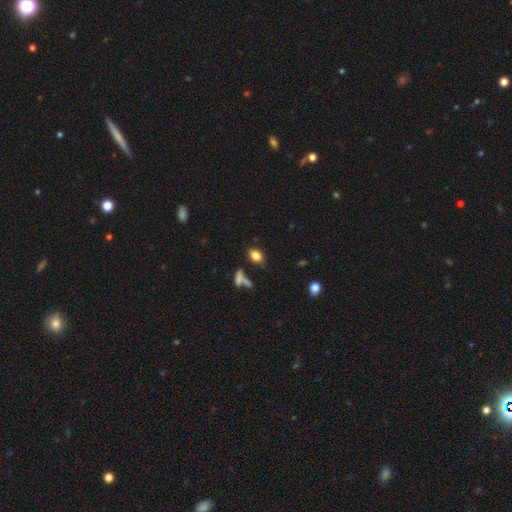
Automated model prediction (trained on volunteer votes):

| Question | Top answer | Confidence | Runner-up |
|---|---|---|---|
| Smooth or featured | smooth | 82% | star or artifact (11%) |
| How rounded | in between | 76% | round (21%) |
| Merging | none | 71% | minor disturbance (15%) |